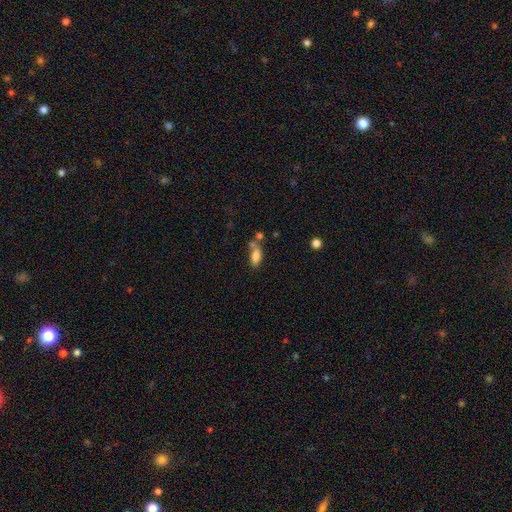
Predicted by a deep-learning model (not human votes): Morphology: type=smooth (80%); roundness=in between (86%); merging=none (43%).